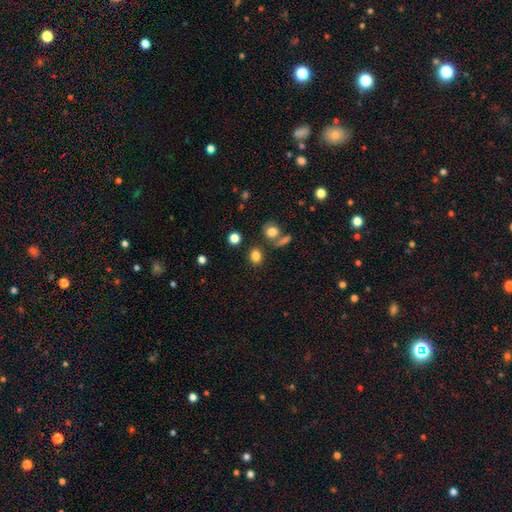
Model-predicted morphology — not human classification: Smooth or featured? Predicted: smooth (p=0.82). How rounded? Predicted: round (p=0.54). Merging? Predicted: none (p=0.77).